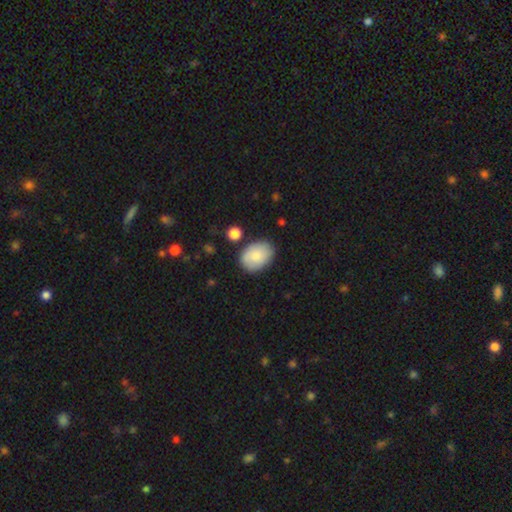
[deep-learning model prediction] Smooth or featured? smooth (83%)
How rounded? in between (79%)
Merging? none (79%)